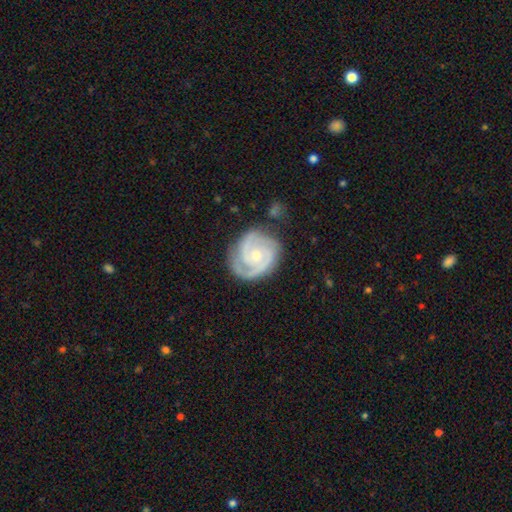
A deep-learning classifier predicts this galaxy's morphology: smooth-or-featured: featured or disk: 90% | smooth: 6% | star or artifact: 4%
  disk-edge-on: no: 98% | yes: 2%
    bar: no: 67% | weak: 27% | strong: 6%
    has-spiral-arms: yes: 98% | no: 2%
      spiral-winding: tight: 64% | medium: 32% | loose: 4%
      spiral-arm-count: 2: 62% | 3: 25% | can't tell: 6% | 1: 3% | 4: 2% | more than 4: 2%
    bulge-size: small: 50% | moderate: 46% | large: 2% | none: 2% | dominant: 1%
  merging: none: 76% | minor disturbance: 17% | major disturbance: 5% | merger: 2%